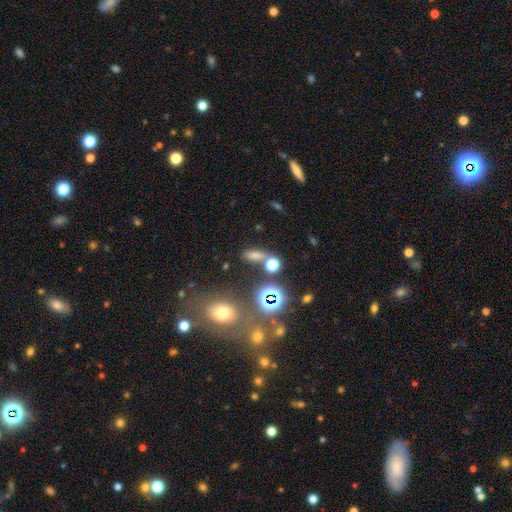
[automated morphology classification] smooth 60%, star or artifact 30%, featured or disk 10%. Down the decision tree: how rounded — in between (64%); merging — none (61%).